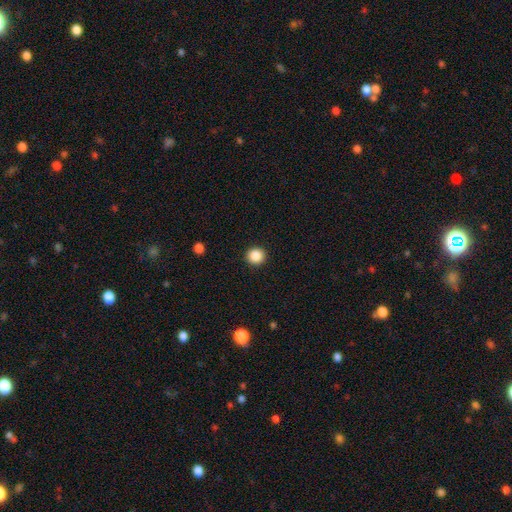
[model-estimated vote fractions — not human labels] Smooth or featured: smooth — 87% (star or artifact — 10%)
How rounded: round — 91% (in between — 8%)
Merging: none — 93% (minor disturbance — 5%)